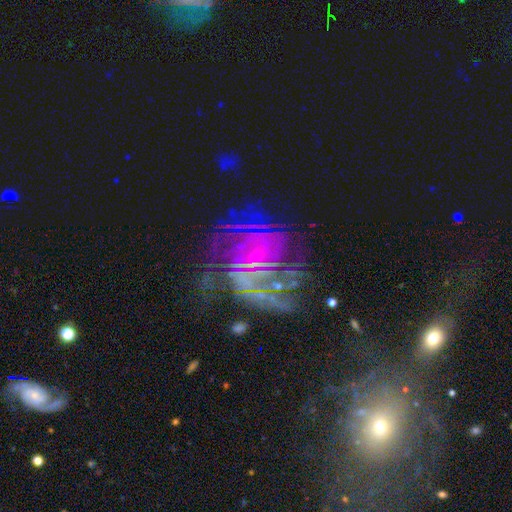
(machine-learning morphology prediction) This appears to be a featured or disk galaxy (77%) with no bar (53%), tight (46%) spiral arms (87%) and a small central bulge (56%). Merging: none (46%).